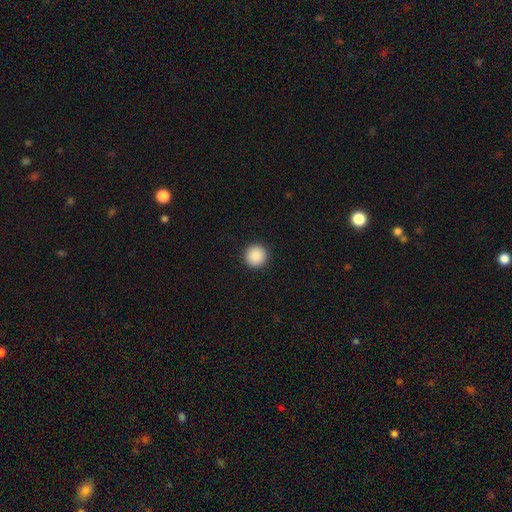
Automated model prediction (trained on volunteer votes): A smooth galaxy with no disk features (89%) that is round (96%). Merging: none (93%).